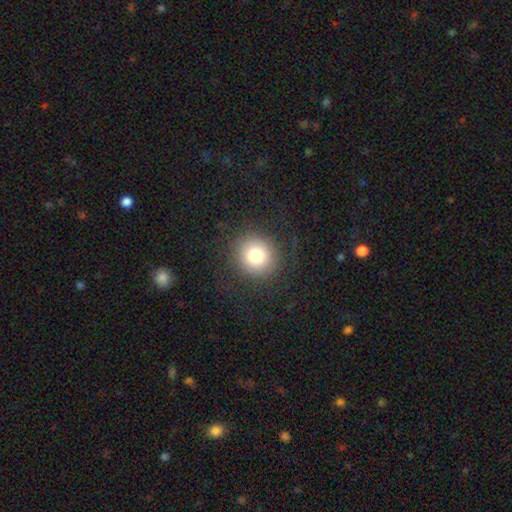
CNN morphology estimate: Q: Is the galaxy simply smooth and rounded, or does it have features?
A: smooth — 79%.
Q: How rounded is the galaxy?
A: round — 89%.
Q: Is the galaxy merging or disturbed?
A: none — 85%.